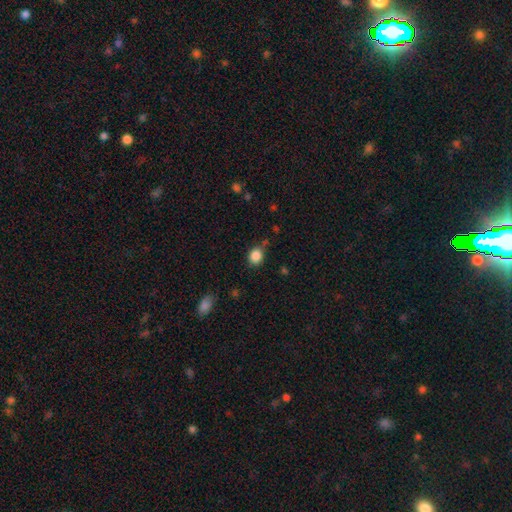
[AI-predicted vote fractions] smooth 86%, star or artifact 10%, featured or disk 4%. Down the decision tree: how rounded — round (68%); merging — none (76%).